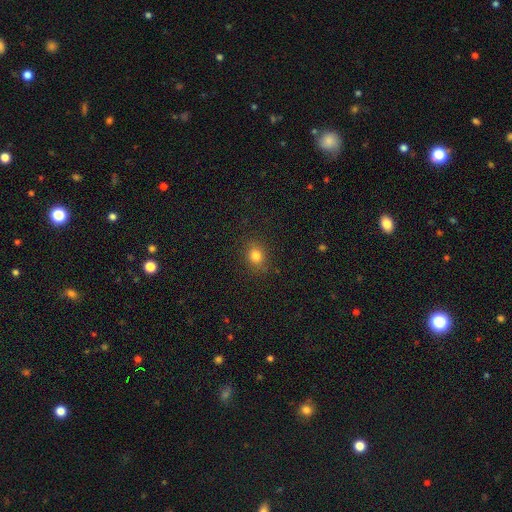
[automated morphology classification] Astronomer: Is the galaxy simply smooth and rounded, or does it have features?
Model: smooth — 81%.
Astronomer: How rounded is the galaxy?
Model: round — 56% (runner-up: in between, 43%).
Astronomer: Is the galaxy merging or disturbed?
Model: none — 85%.